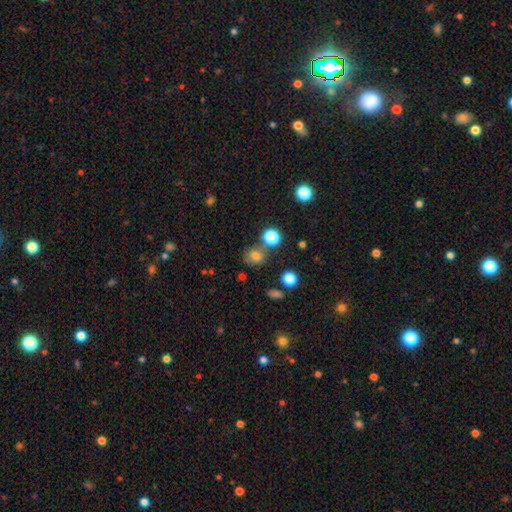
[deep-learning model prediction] smooth_or_featured: smooth (p=0.70) [alt: star or artifact p=0.19]
how_rounded: round (p=0.67) [alt: in between p=0.32]
merging: none (p=0.62) [alt: minor disturbance p=0.16]